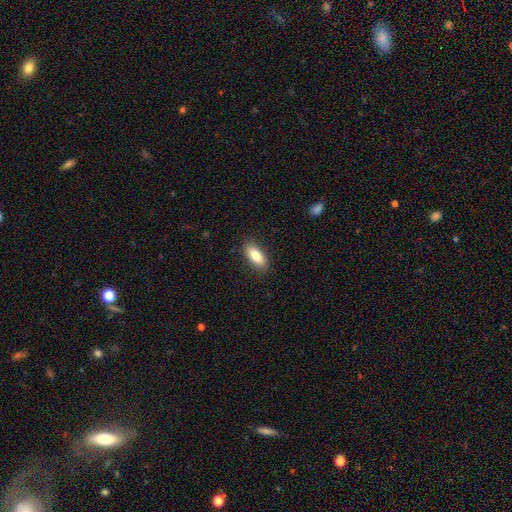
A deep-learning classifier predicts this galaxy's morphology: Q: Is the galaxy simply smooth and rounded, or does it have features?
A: smooth — 82%.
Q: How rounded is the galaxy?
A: in between — 83%.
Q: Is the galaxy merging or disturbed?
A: none — 88%.